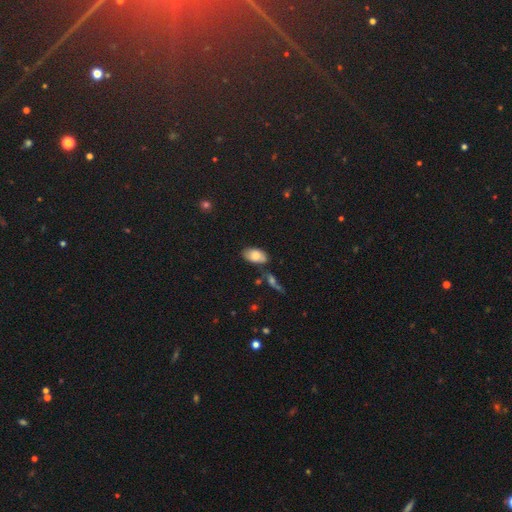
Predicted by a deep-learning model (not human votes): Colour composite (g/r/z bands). It shows a smooth galaxy with no disk features (78%) that is in between round and cigar-shaped (94%). Merging: none (72%).